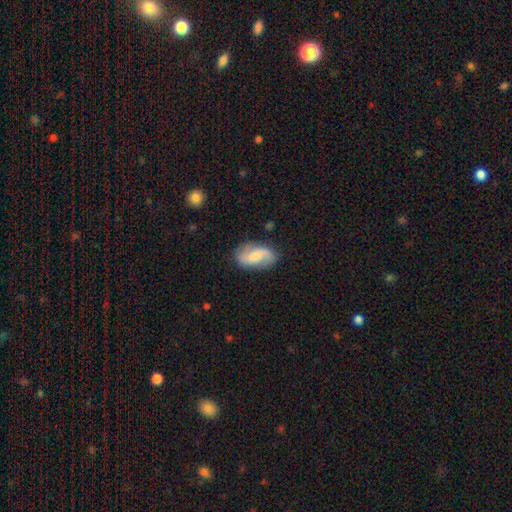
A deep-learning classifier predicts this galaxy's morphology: Overall: featured or disk (60%; smooth 33%). Edge-on disk: no (96%). Bar: weak (47%; no 39%). Spiral arms: yes (92%). Spiral arm count: 2 (86%). Spiral winding: loose (57%; medium 32%). Bulge size: small (39%; moderate 38%). Merging: none (76%).